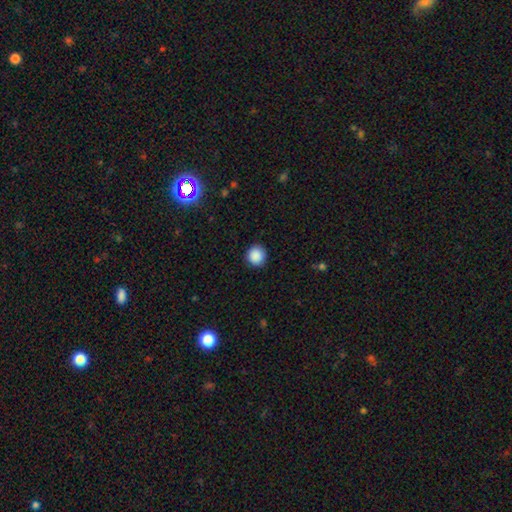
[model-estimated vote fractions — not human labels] smooth_or_featured: smooth (p=0.89) [alt: star or artifact p=0.09]
how_rounded: round (p=0.93) [alt: in between p=0.07]
merging: none (p=0.91) [alt: minor disturbance p=0.06]